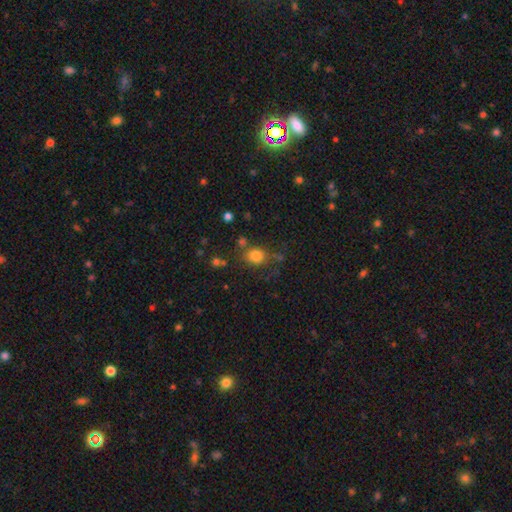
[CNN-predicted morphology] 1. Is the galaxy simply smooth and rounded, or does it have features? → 80% smooth, 13% star or artifact, 7% featured or disk.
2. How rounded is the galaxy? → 65% round, 34% in between, 1% cigar-shaped.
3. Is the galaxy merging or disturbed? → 69% none, 15% minor disturbance, 10% merger, 7% major disturbance.